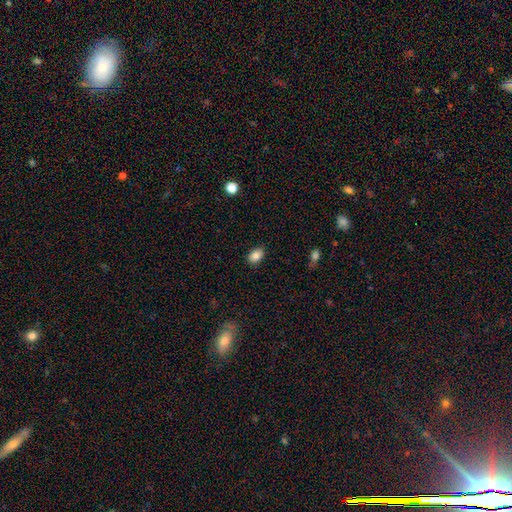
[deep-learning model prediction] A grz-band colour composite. It shows a smooth galaxy with no disk features (86%) that is in between round and cigar-shaped (81%). Merging: none (86%).